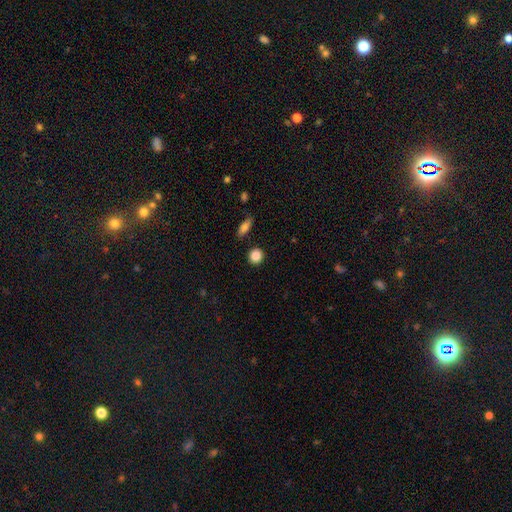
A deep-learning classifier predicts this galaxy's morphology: This appears to be a smooth galaxy with no disk features (86%) that is round (86%). Merging: none (89%).